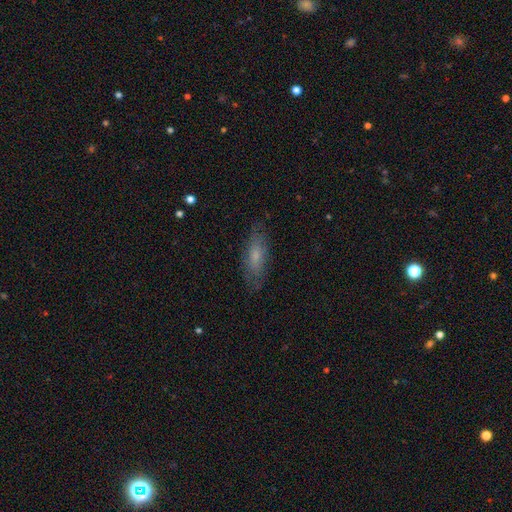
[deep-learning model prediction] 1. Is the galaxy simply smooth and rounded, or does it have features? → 62% smooth, 31% featured or disk, 8% star or artifact.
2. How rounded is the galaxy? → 63% in between, 34% cigar-shaped, 3% round.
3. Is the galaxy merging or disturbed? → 77% none, 17% minor disturbance, 5% major disturbance, 1% merger.